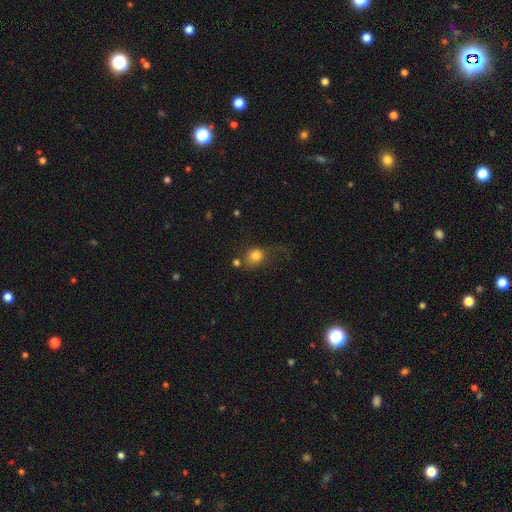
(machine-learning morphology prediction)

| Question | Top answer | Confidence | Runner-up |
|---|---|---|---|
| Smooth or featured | smooth | 77% | featured or disk (12%) |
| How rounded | round | 68% | in between (31%) |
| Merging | none | 45% | major disturbance (22%) |